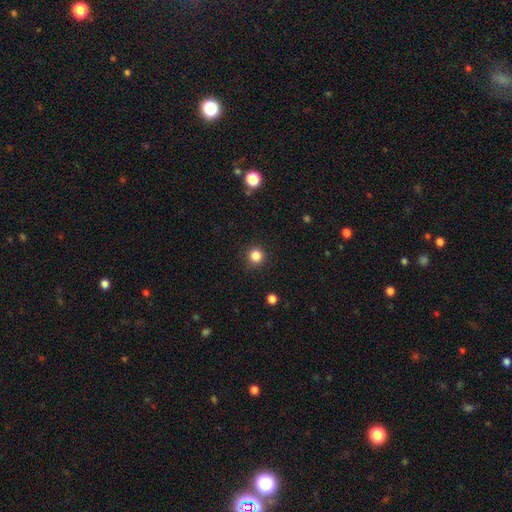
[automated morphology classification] Overall: smooth (85%). How rounded: round (94%). Merging: none (90%).